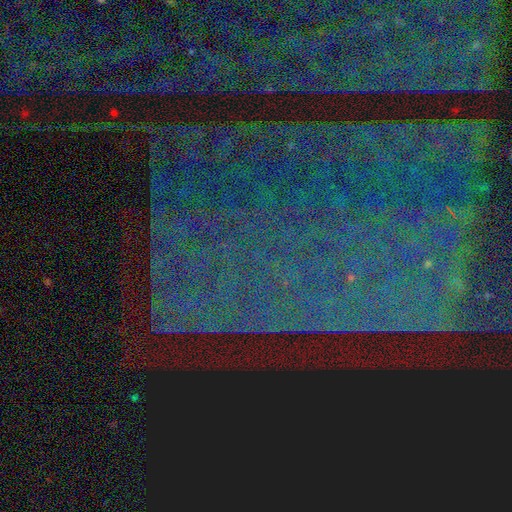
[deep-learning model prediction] Smooth or featured: star or artifact — 88% (featured or disk — 7%)